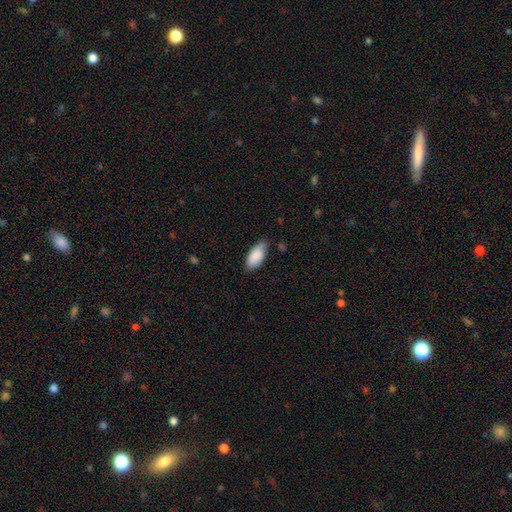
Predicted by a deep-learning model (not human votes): Smooth or featured? smooth (87%)
How rounded? in between (92%)
Merging? none (70%)